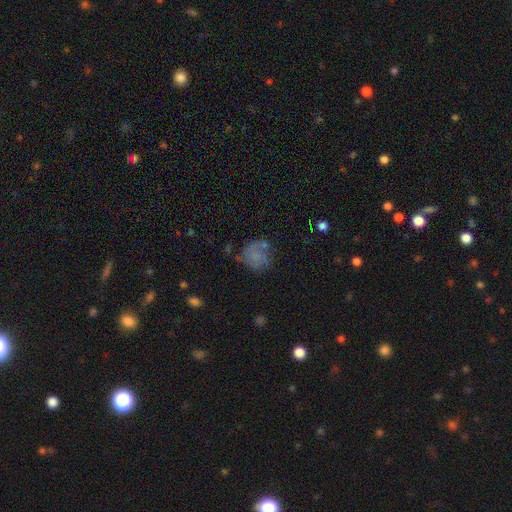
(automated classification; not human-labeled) A smooth galaxy with no disk features (60%) that is round (75%). Merging: none (50%).